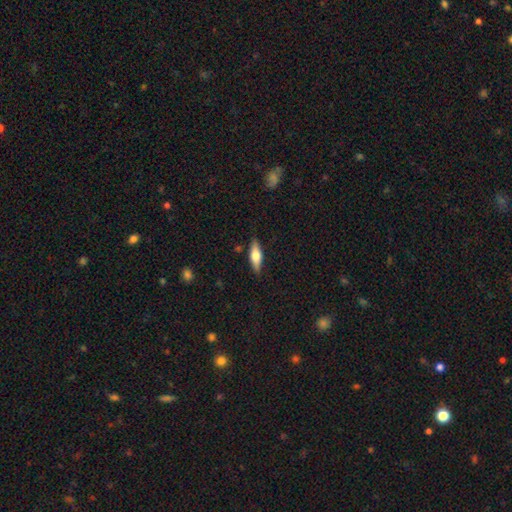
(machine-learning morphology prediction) smooth 54%, featured or disk 40%, star or artifact 6%. Down the decision tree: how rounded — in between (50%); merging — none (86%).